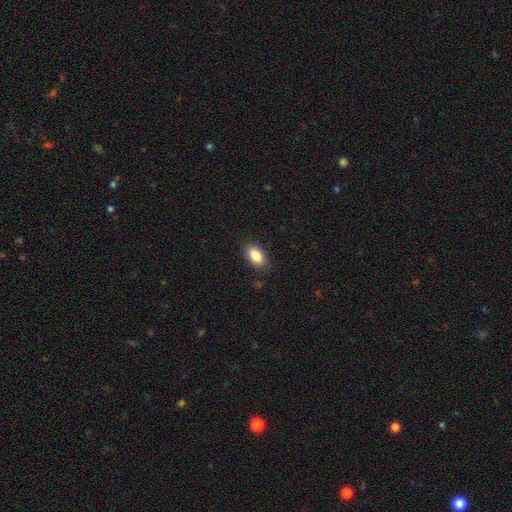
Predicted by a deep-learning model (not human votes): smooth_or_featured: smooth (p=0.85) [alt: star or artifact p=0.08]
how_rounded: in between (p=0.90) [alt: round p=0.07]
merging: none (p=0.87) [alt: minor disturbance p=0.10]